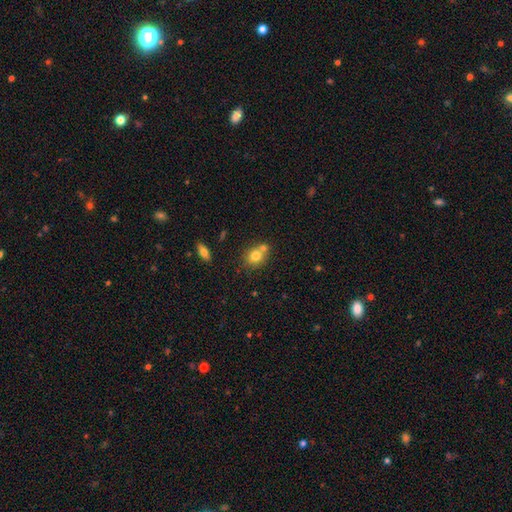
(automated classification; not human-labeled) smooth_or_featured: smooth (p=0.76) [alt: featured or disk p=0.13]
how_rounded: round (p=0.63) [alt: in between p=0.36]
merging: none (p=0.51) [alt: merger p=0.36]